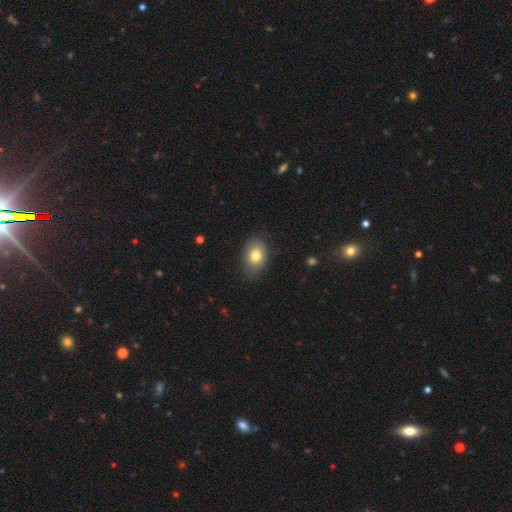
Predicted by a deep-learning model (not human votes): This is likely a smooth galaxy (78%). How rounded: likely in between (74%). Merging: likely none (78%).